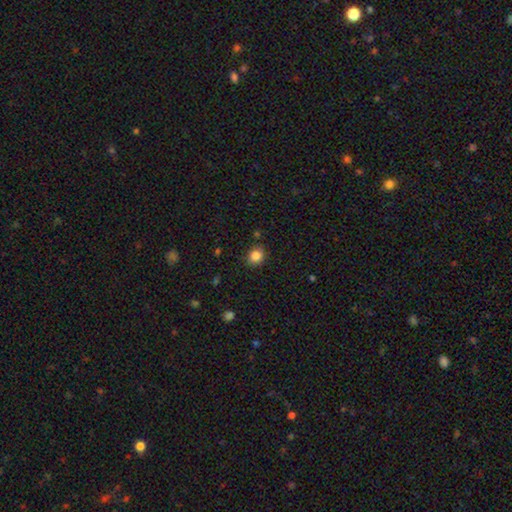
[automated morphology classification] Smooth or featured: smooth — 84% (star or artifact — 11%)
How rounded: round — 71% (in between — 29%)
Merging: none — 84% (minor disturbance — 12%)